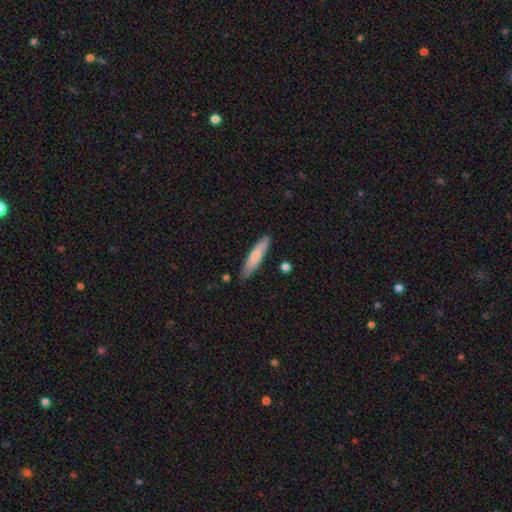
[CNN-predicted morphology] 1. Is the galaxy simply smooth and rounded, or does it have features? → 74% smooth, 21% featured or disk, 5% star or artifact.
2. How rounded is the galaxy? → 85% cigar-shaped, 14% in between, 1% round.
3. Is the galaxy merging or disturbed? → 85% none, 11% minor disturbance, 2% merger, 2% major disturbance.